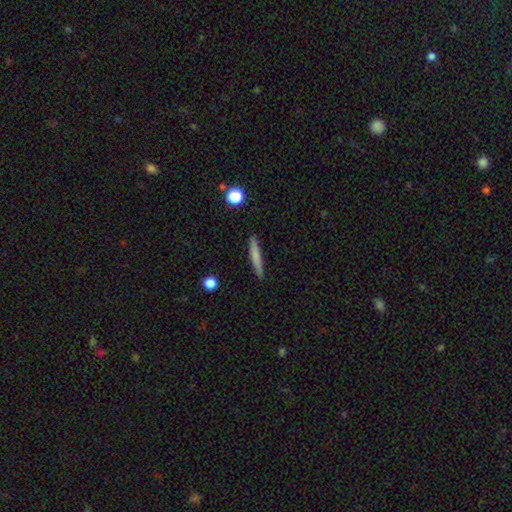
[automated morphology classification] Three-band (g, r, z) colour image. It shows a smooth galaxy with no disk features (70%) that is cigar-shaped (94%). Merging: none (89%).